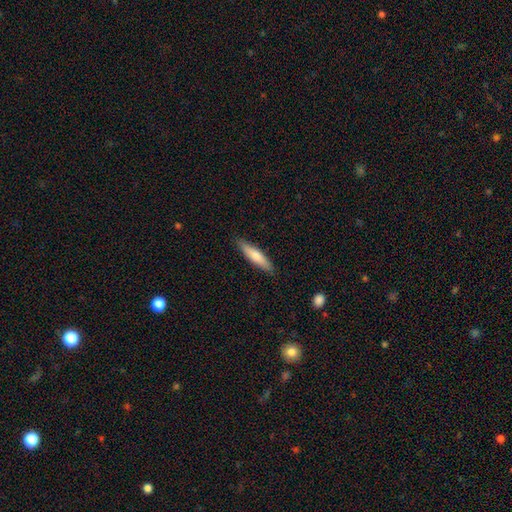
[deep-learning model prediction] Smooth or featured: smooth — 73% (featured or disk — 22%)
How rounded: cigar-shaped — 78% (in between — 20%)
Merging: none — 88% (minor disturbance — 9%)